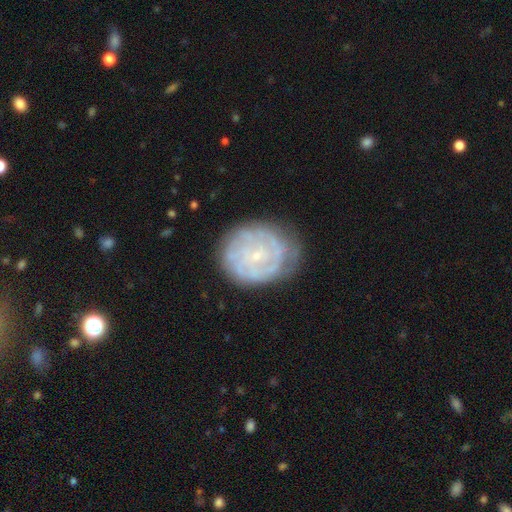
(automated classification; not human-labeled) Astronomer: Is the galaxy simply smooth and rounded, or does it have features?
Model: featured or disk — 74%.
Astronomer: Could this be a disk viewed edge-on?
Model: no — 98%.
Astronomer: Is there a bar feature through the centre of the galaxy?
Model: no — 75%.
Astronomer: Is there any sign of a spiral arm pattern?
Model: yes — 85%.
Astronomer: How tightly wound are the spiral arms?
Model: tight — 75%.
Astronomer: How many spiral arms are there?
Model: can't tell — 51%.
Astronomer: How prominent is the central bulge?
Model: small — 84%.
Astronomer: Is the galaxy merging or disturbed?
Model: none — 72%.